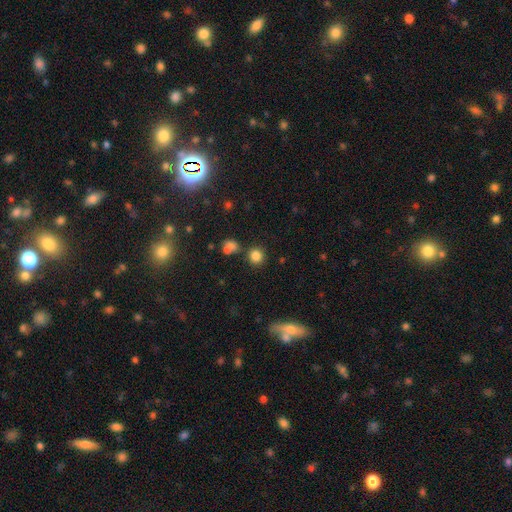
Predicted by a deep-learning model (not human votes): Morphology: type=smooth (82%); roundness=round (89%); merging=none (79%).